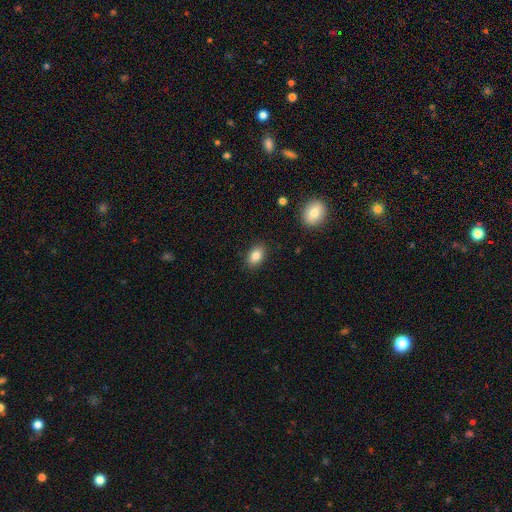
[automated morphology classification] Overall: smooth (85%). How rounded: in between (85%). Merging: none (87%).